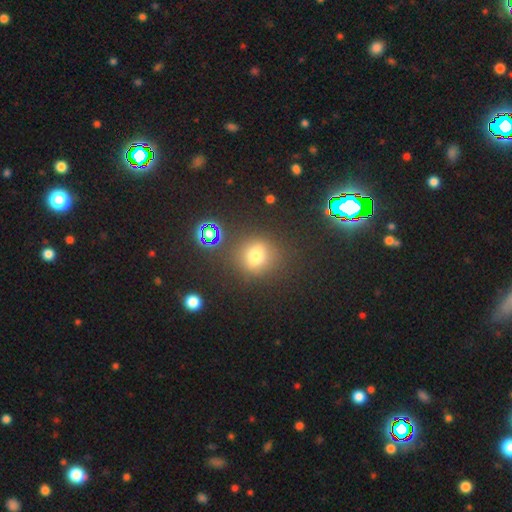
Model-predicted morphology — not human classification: Smooth or featured? smooth (68%)
How rounded? round (80%)
Merging? none (82%)